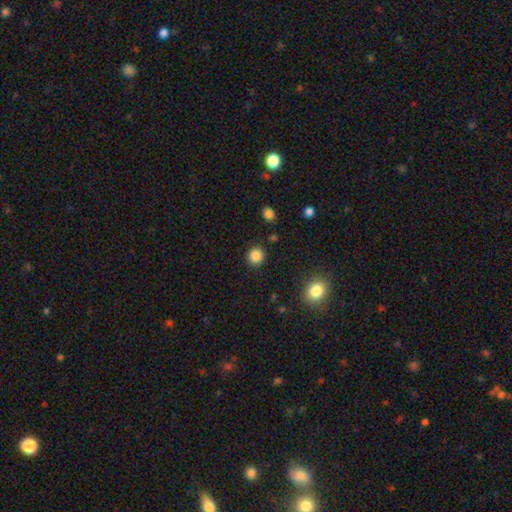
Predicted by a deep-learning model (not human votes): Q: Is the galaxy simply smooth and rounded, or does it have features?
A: smooth — 86%.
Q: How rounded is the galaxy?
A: round — 90%.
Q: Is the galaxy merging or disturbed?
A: none — 89%.